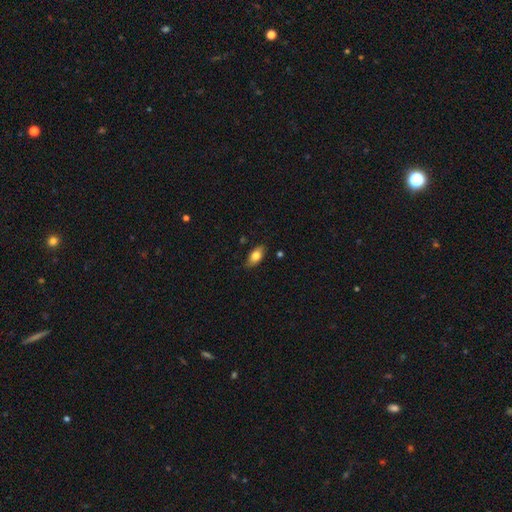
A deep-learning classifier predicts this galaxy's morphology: Q: Smooth or featured?
A: smooth (76%); runner-up: featured or disk (17%)
Q: How rounded?
A: in between (88%); runner-up: cigar-shaped (7%)
Q: Merging?
A: none (82%); runner-up: minor disturbance (15%)